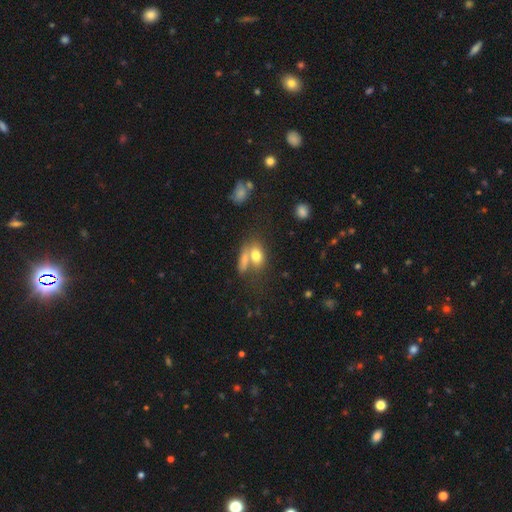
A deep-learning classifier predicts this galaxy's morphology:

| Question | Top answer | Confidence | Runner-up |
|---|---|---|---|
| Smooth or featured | smooth | 75% | featured or disk (16%) |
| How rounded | in between | 75% | round (20%) |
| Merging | merger | 41% | none (39%) |